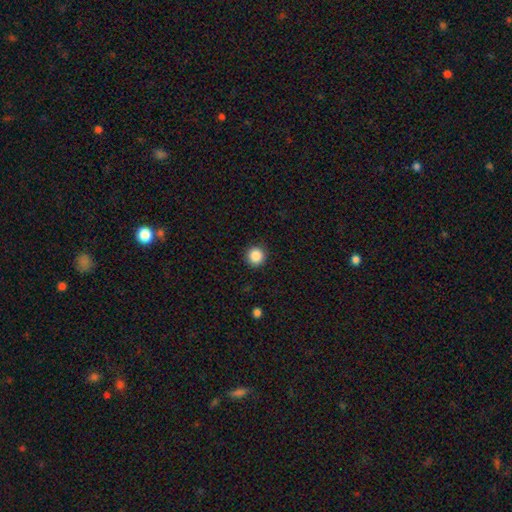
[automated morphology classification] smooth_or_featured: smooth (p=0.87) [alt: star or artifact p=0.10]
how_rounded: round (p=0.95) [alt: in between p=0.04]
merging: none (p=0.92) [alt: minor disturbance p=0.06]